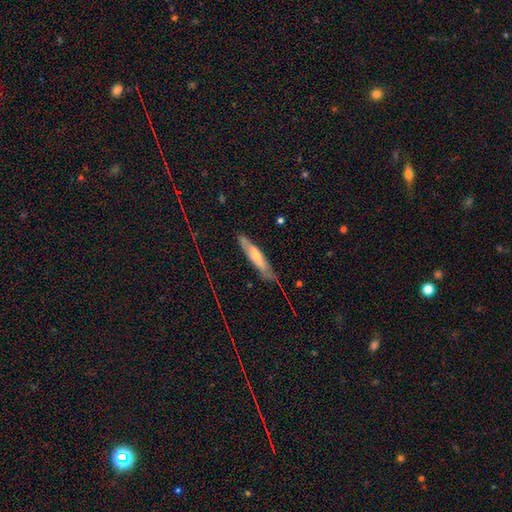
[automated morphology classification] smooth_or_featured: smooth (p=0.50) [alt: featured or disk p=0.43]
merging: none (p=0.71) [alt: minor disturbance p=0.21]